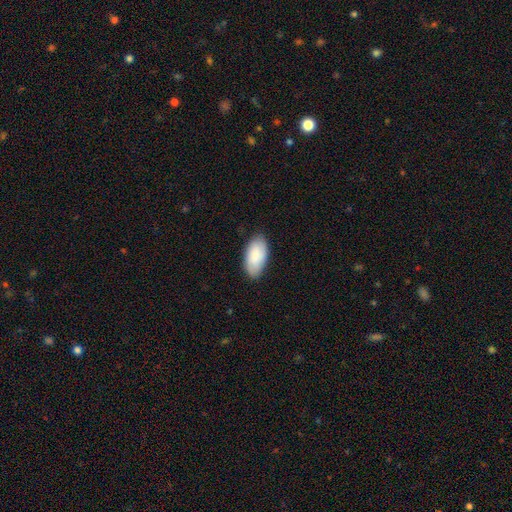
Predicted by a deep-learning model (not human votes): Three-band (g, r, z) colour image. It shows a smooth galaxy with no disk features (85%) that is in between round and cigar-shaped (95%). Merging: none (81%).